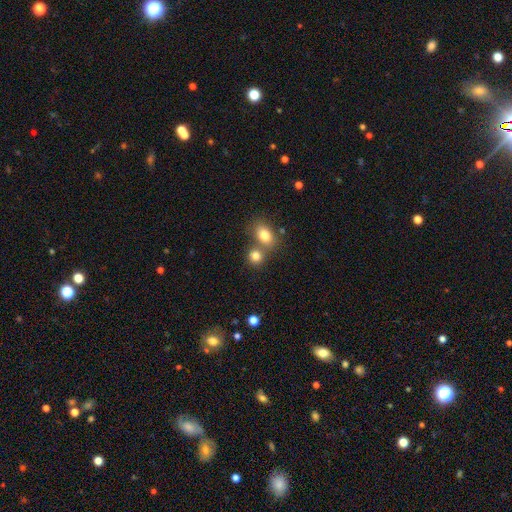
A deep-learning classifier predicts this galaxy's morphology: The model was most divided on "merging": none: 48%, merger: 41%, minor disturbance: 8%, major disturbance: 3%. More confident: smooth or featured — smooth (80%); how rounded — round (65%).